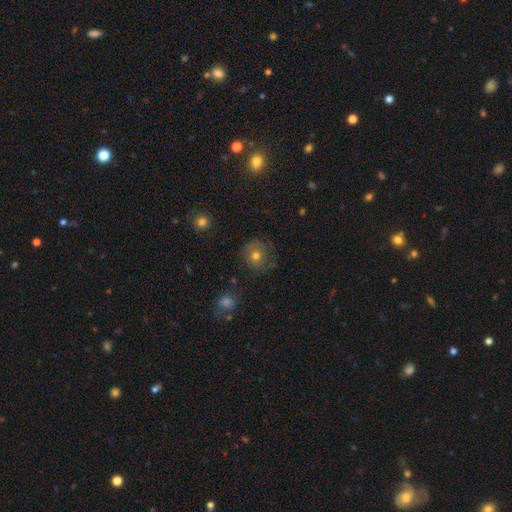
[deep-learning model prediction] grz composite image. It shows a smooth galaxy with no disk features (63%) that is round (83%). Merging: none (72%).